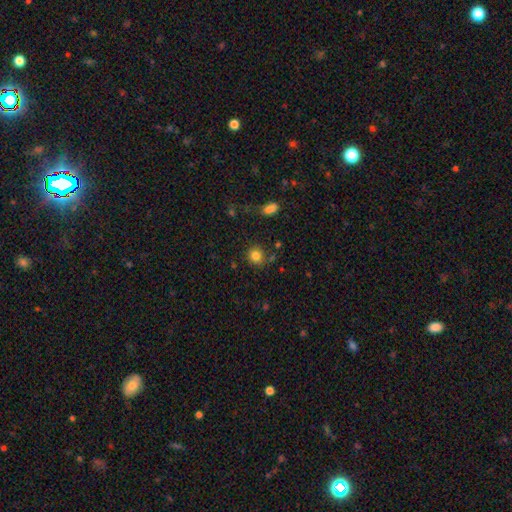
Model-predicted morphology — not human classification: Q: Smooth or featured?
A: smooth (82%); runner-up: star or artifact (12%)
Q: How rounded?
A: round (86%); runner-up: in between (13%)
Q: Merging?
A: none (82%); runner-up: minor disturbance (11%)